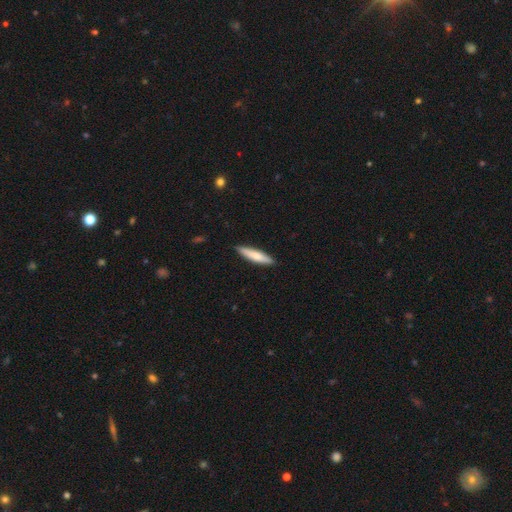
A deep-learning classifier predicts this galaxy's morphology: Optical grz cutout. It shows a smooth galaxy with no disk features (73%) that is cigar-shaped (83%). Merging: none (90%).